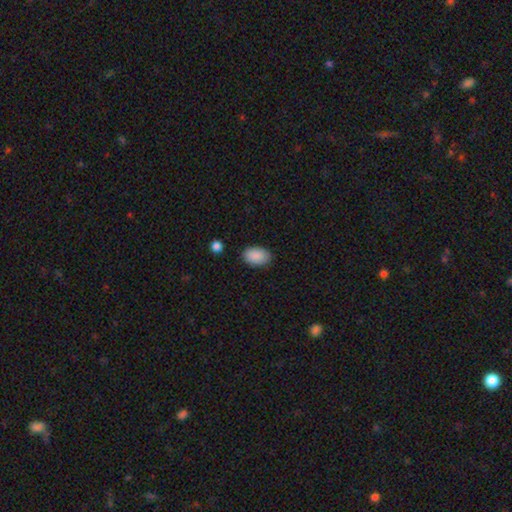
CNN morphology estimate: smooth-or-featured: smooth: 90% | star or artifact: 7% | featured or disk: 3%
  how-rounded: in between: 90% | round: 9% | cigar-shaped: 1%
  merging: none: 86% | minor disturbance: 10% | major disturbance: 2% | merger: 1%